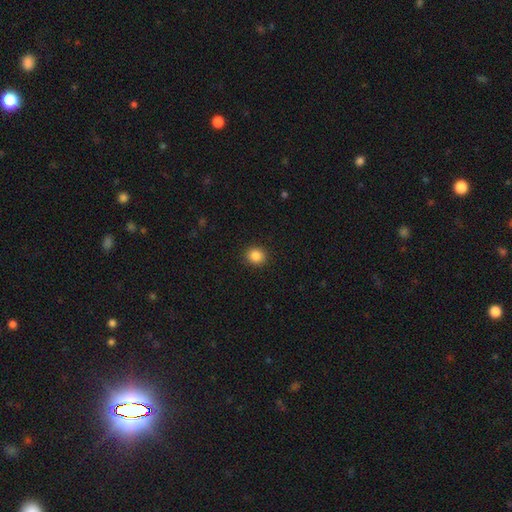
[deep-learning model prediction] The model was most divided on "how rounded": round: 82%, in between: 17%, cigar-shaped: 1%. More confident: merging — none (91%); smooth or featured — smooth (86%).